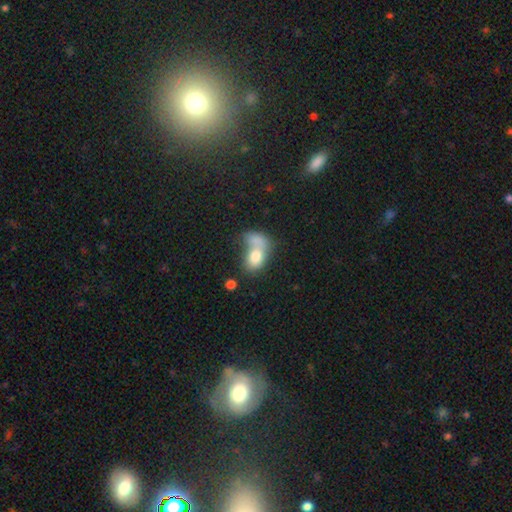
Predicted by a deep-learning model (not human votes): Q: Smooth or featured?
A: smooth (75%); runner-up: featured or disk (16%)
Q: How rounded?
A: in between (77%); runner-up: round (21%)
Q: Merging?
A: merger (62%); runner-up: none (18%)